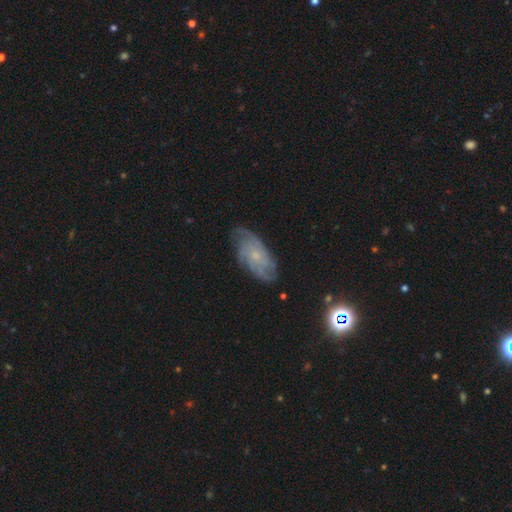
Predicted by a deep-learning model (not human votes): Morphology: type=featured or disk (75%); edge-on=no (94%); bar=no (78%); spiral arms=yes (92%); winding=tight (58%); arm count=can't tell (44%); bulge=small (71%); merging=none (74%).